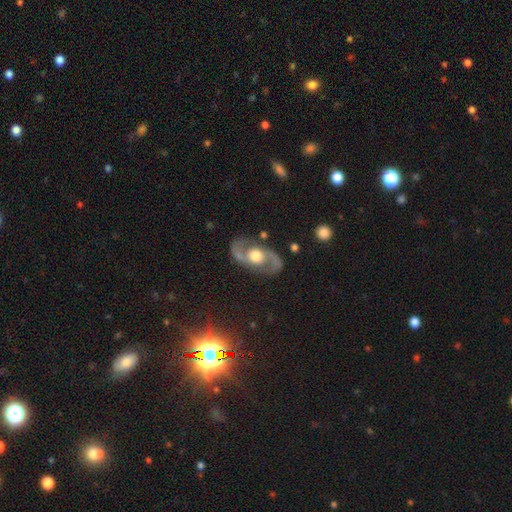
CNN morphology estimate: This appears to be a featured or disk galaxy (85%) with no bar (70%), 2 (93%) medium (53%) spiral arms (88%) and a moderate central bulge (55%). Merging: none (82%).